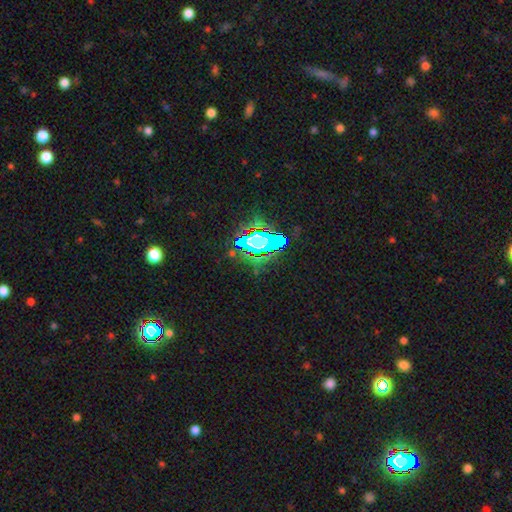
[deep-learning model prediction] A star or artifact, not a galaxy (80%).

Vote fractions:
- Smooth or featured? star or artifact: 80% / smooth: 13% / featured or disk: 8%